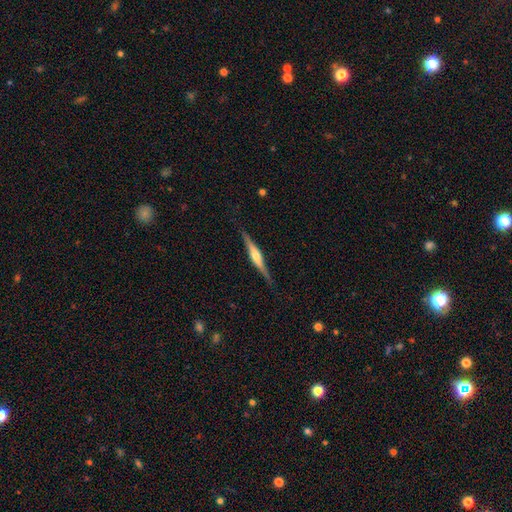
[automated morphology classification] Smooth or featured: featured or disk — 75% (smooth — 20%)
Edge-on disk: yes — 98% (no — 2%)
Edge-on bulge: rounded — 81% (boxy — 13%)
Merging: none — 87% (minor disturbance — 10%)